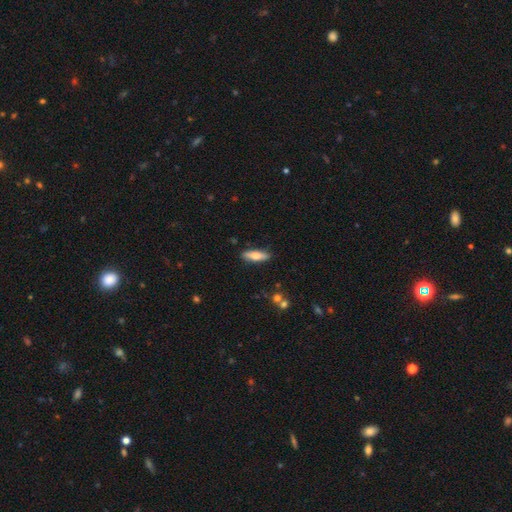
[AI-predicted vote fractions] smooth-or-featured: smooth: 61% | featured or disk: 33% | star or artifact: 6%
  how-rounded: cigar-shaped: 57% | in between: 40% | round: 2%
  merging: none: 87% | minor disturbance: 9% | major disturbance: 2% | merger: 2%